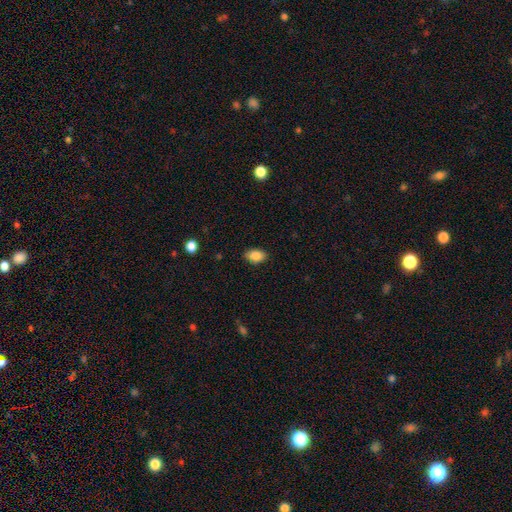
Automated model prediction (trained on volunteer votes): Overall: smooth (87%). How rounded: in between (88%). Merging: none (87%).